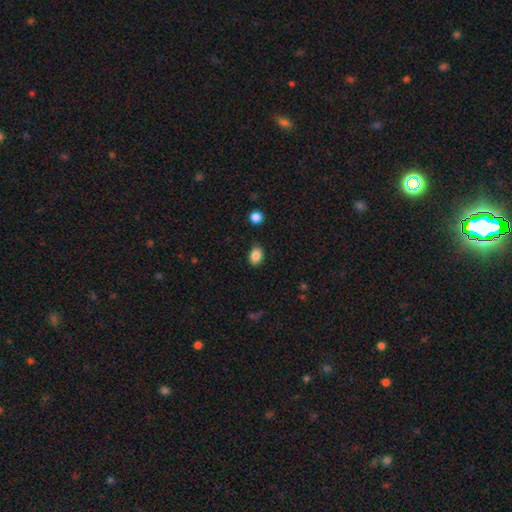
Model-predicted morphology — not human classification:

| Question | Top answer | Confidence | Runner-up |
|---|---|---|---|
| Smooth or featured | smooth | 87% | star or artifact (9%) |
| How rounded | in between | 72% | round (27%) |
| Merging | none | 84% | minor disturbance (11%) |